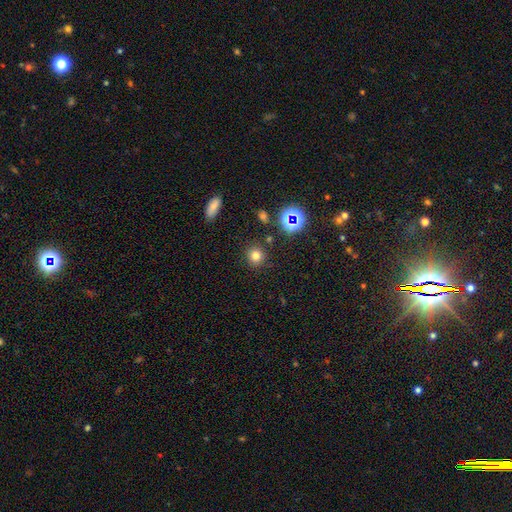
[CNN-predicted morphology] Smooth or featured?
  - smooth: 75% *
  - star or artifact: 18%
  - featured or disk: 7%
How rounded?
  - round: 91% *
  - in between: 8%
  - cigar-shaped: 1%
Merging?
  - none: 87% *
  - minor disturbance: 7%
  - merger: 3%
  - major disturbance: 3%